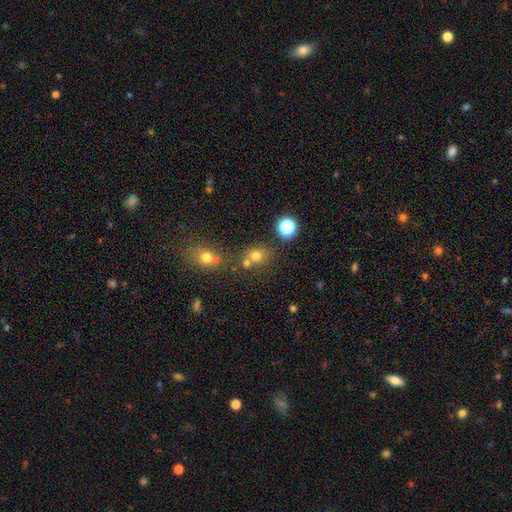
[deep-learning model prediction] A smooth galaxy with no disk features (71%) that is round (76%). Merging: none (56%).